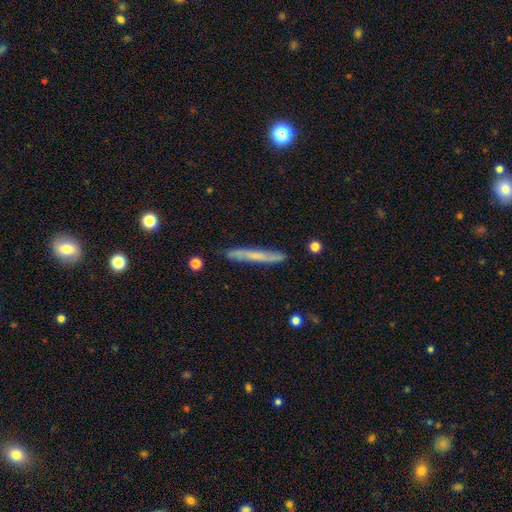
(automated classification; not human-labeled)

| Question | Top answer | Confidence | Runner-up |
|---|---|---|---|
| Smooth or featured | smooth | 47% | tied: featured or disk (47%) |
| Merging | none | 85% | minor disturbance (11%) |